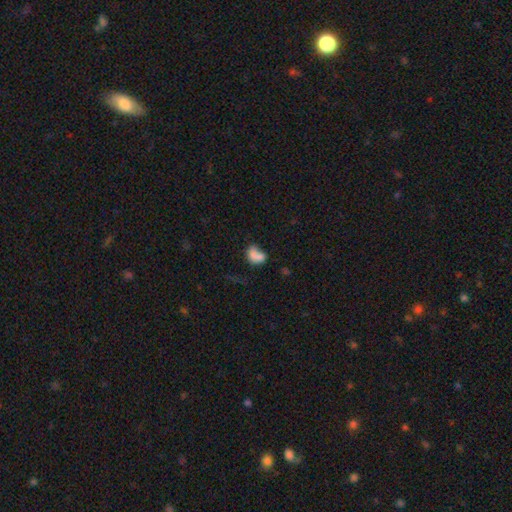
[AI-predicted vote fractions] A smooth galaxy with no disk features (72%) that is in between round and cigar-shaped (72%).

Vote fractions:
- Smooth or featured? smooth: 72% / featured or disk: 17% / star or artifact: 11%
- How rounded? in between: 72% / round: 26% / cigar-shaped: 2%
- Merging? merger: 42% / none: 25% / major disturbance: 17% / minor disturbance: 16%